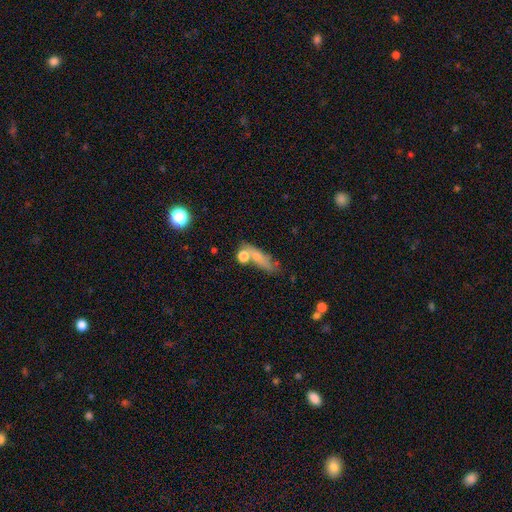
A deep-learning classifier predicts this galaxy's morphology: Smooth or featured: smooth — 55% (featured or disk — 30%)
How rounded: cigar-shaped — 54% (in between — 35%)
Merging: none — 58% (minor disturbance — 17%)